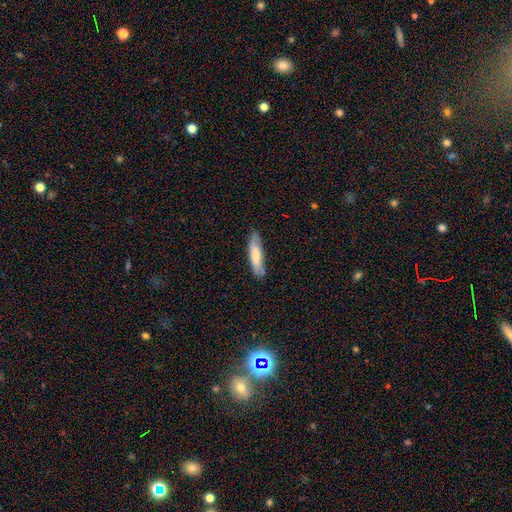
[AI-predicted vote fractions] The model was most divided on "how rounded": cigar-shaped: 73%, in between: 26%, round: 1%. More confident: merging — none (81%); smooth or featured — smooth (71%).